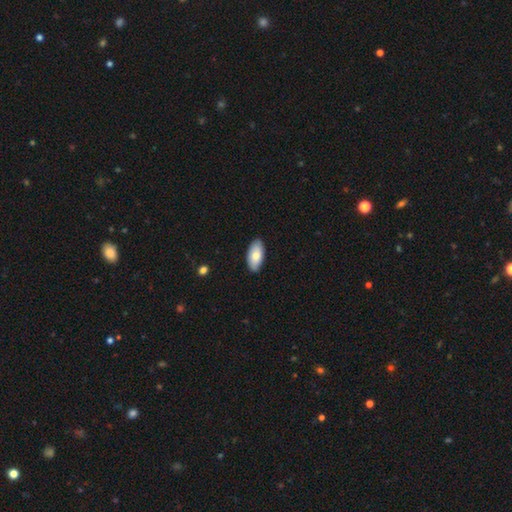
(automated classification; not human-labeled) Morphology: type=smooth (77%); roundness=in between (94%); merging=none (87%).